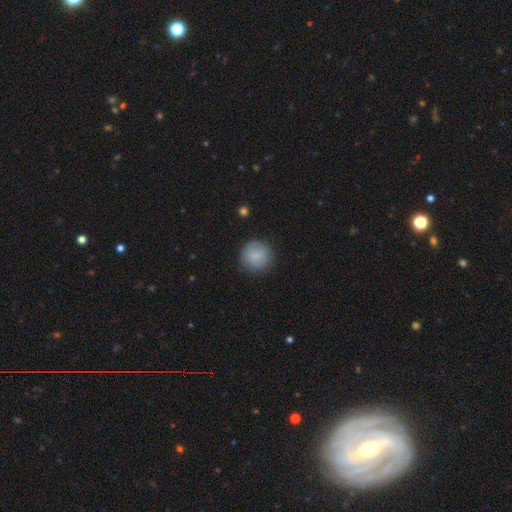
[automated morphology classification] This appears to be a smooth galaxy with no disk features (86%) that is round (94%). Merging: none (85%).